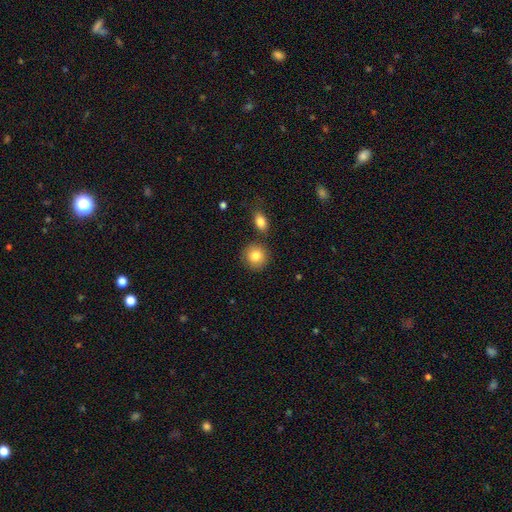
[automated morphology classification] Smooth or featured?
  - smooth: 84% *
  - featured or disk: 8%
  - star or artifact: 8%
How rounded?
  - round: 88% *
  - in between: 11%
  - cigar-shaped: 1%
Merging?
  - none: 82% *
  - minor disturbance: 8%
  - merger: 7%
  - major disturbance: 2%